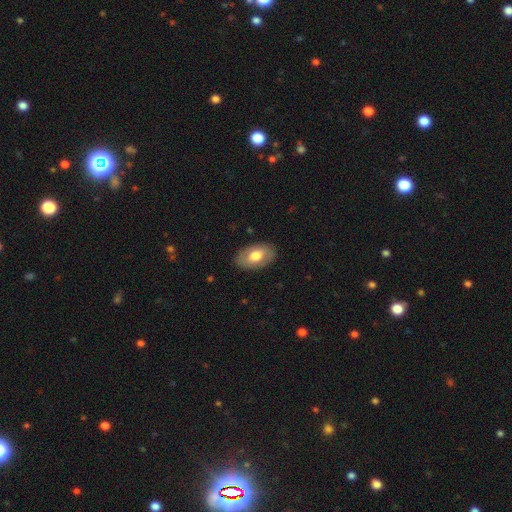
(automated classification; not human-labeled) smooth_or_featured: smooth (p=0.66) [alt: featured or disk p=0.28]
how_rounded: in between (p=0.92) [alt: round p=0.06]
merging: none (p=0.86) [alt: minor disturbance p=0.10]